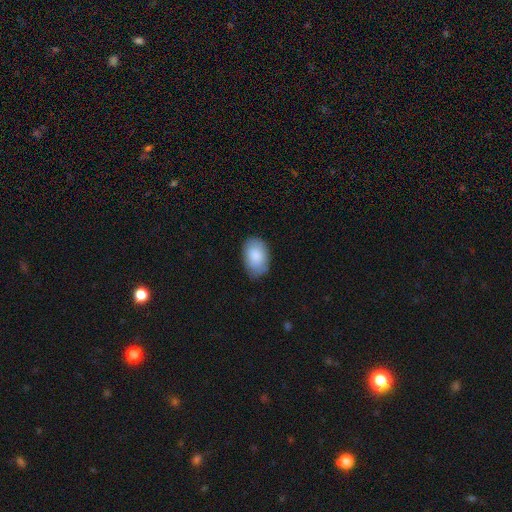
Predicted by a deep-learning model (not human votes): Smooth or featured? Predicted: smooth (p=0.85). How rounded? Predicted: in between (p=0.89). Merging? Predicted: none (p=0.76).